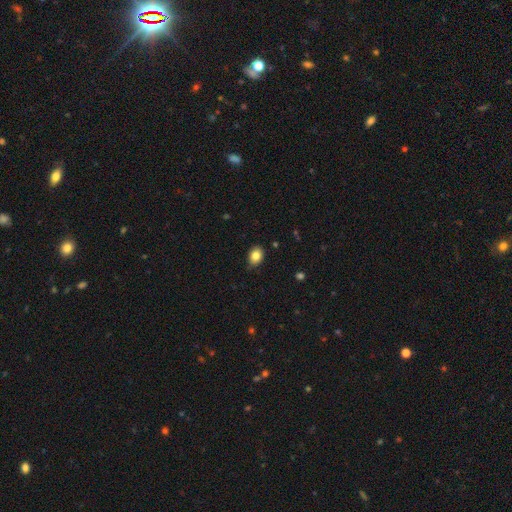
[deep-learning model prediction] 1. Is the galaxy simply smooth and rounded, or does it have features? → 84% smooth, 9% star or artifact, 7% featured or disk.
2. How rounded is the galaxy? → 64% in between, 35% round, 1% cigar-shaped.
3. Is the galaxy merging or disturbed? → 81% none, 16% minor disturbance, 2% major disturbance, 1% merger.